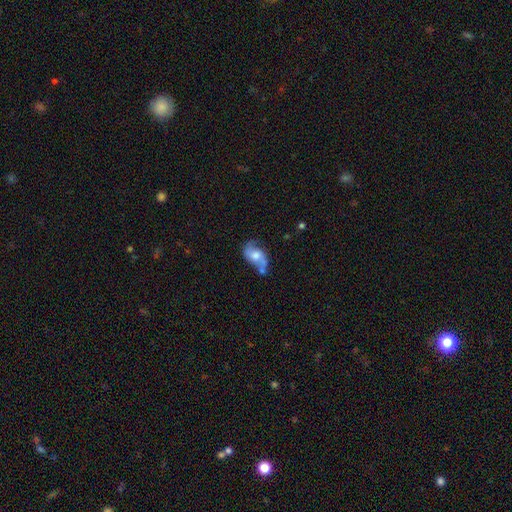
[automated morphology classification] featured or disk 59%, smooth 33%, star or artifact 8%. Down the decision tree: edge-on disk — no (95%); bar — no (63%); spiral arms — yes (80%); bulge size — moderate (56%); merging — none (39%).